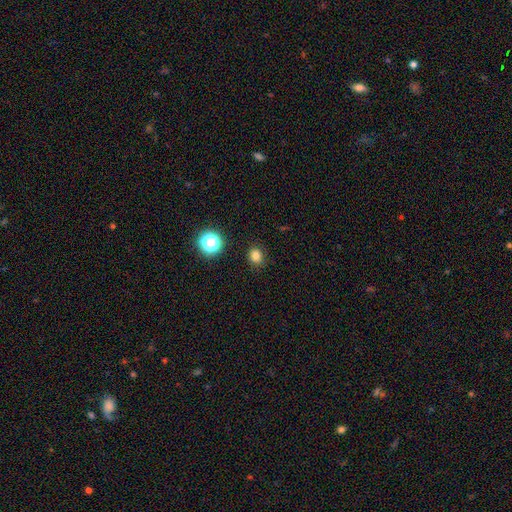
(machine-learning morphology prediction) Smooth or featured: smooth — 79% (star or artifact — 16%)
How rounded: round — 74% (in between — 25%)
Merging: none — 87% (minor disturbance — 9%)